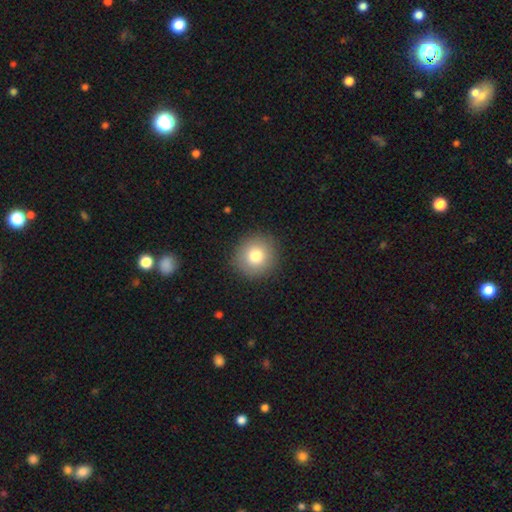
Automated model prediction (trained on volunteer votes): Smooth or featured? smooth (79%)
How rounded? round (93%)
Merging? none (90%)